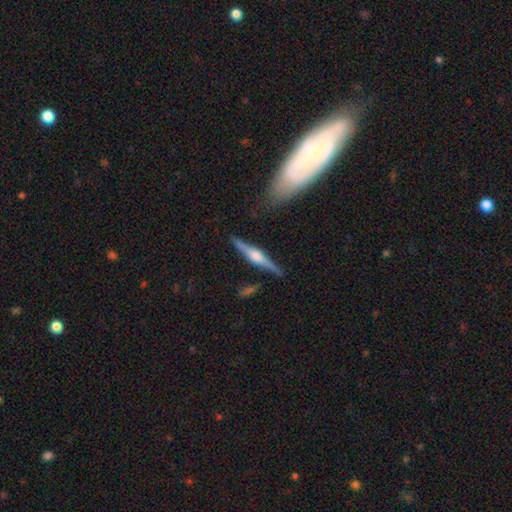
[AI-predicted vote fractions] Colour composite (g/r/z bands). It shows a featured or disk galaxy (80%) viewed edge-on (98%) with a rounded central bulge (89%). Merging: none (86%).